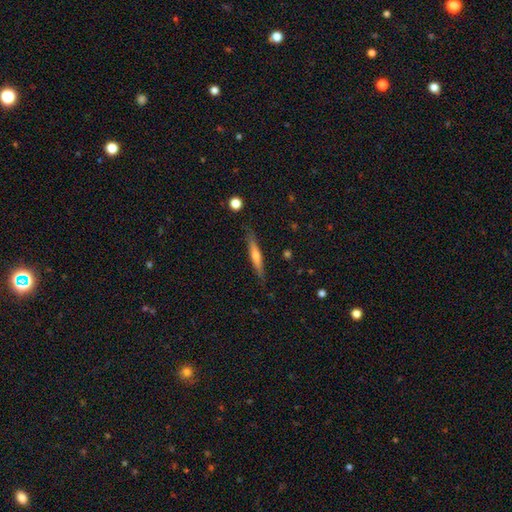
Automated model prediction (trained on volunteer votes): Overall: featured or disk (54%; smooth 40%). Edge-on disk: yes (96%). Edge-on bulge: rounded (71%). Merging: none (87%).